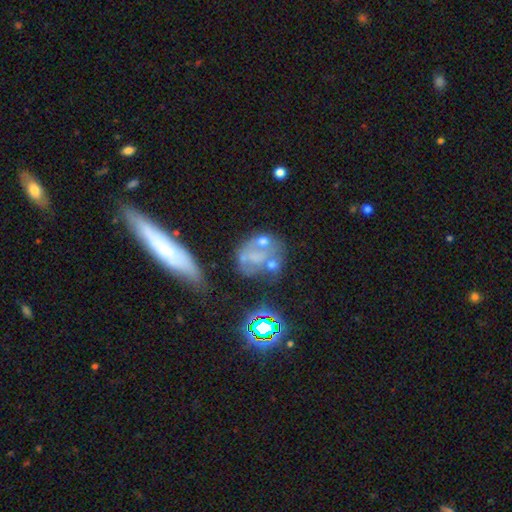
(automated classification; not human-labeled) Smooth or featured? Predicted: featured or disk (p=0.44). Merging? Predicted: none (p=0.41).